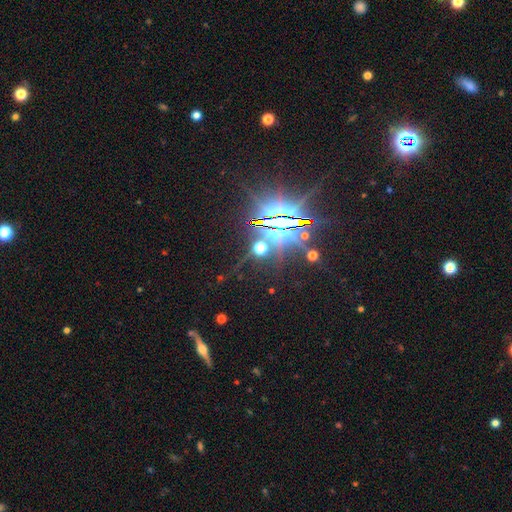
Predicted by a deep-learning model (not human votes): star or artifact 84%, featured or disk 9%, smooth 7%.